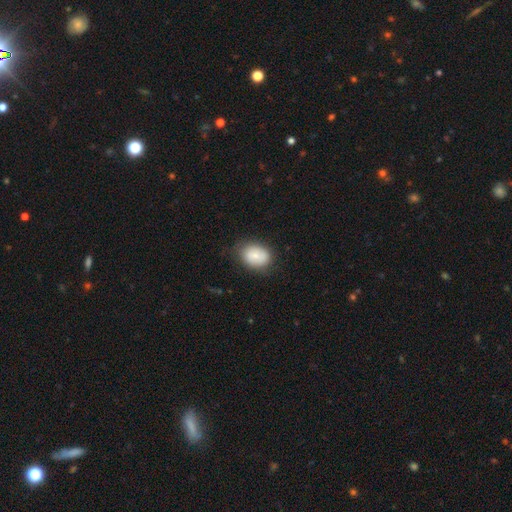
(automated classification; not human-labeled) Smooth or featured: smooth — 75% (featured or disk — 17%)
How rounded: in between — 64% (round — 35%)
Merging: none — 74% (minor disturbance — 19%)